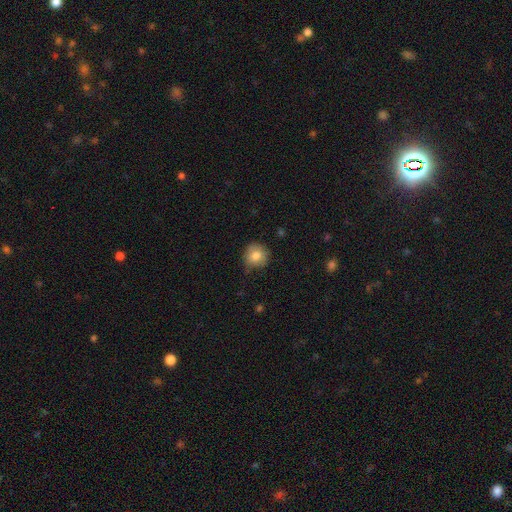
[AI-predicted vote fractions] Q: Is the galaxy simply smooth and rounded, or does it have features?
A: smooth — 81%.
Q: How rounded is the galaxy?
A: round — 89%.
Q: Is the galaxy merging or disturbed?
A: none — 69%.